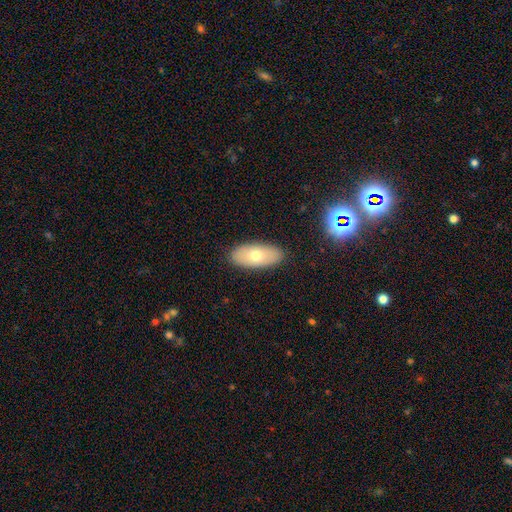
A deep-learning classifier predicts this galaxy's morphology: type=smooth (67%); roundness=in between (89%); merging=none (88%).